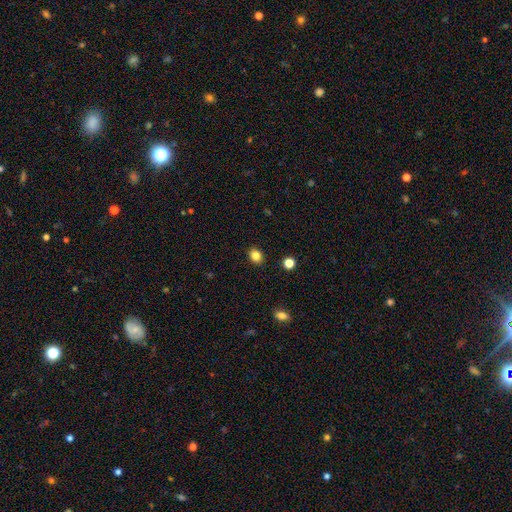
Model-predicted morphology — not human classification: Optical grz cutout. It shows a smooth galaxy with no disk features (83%) that is round (55%). Merging: none (89%).